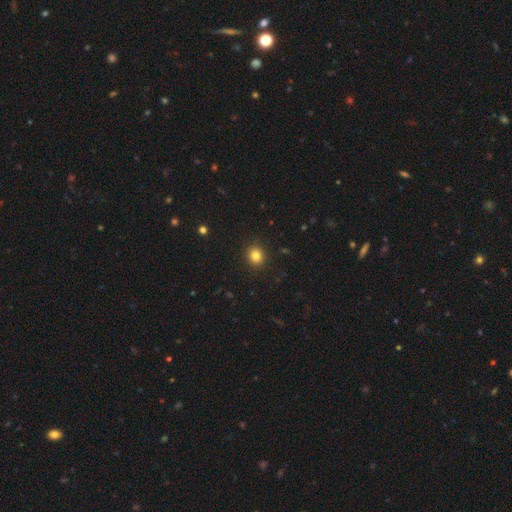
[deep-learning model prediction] Smooth or featured? smooth (83%)
How rounded? round (83%)
Merging? none (91%)